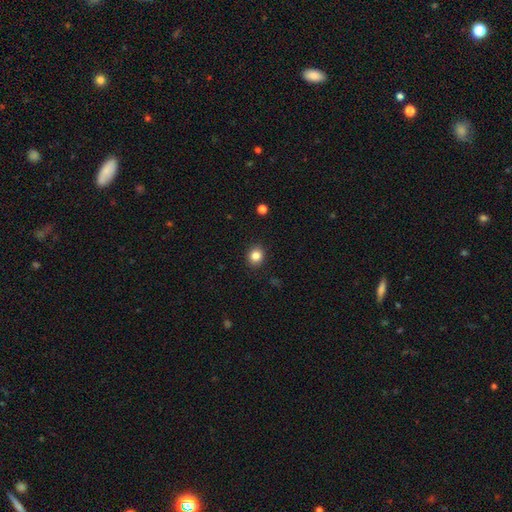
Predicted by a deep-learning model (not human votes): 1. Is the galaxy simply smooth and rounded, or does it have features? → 84% smooth, 11% star or artifact, 5% featured or disk.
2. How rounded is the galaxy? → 76% round, 23% in between, 1% cigar-shaped.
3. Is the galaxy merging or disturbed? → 91% none, 6% minor disturbance, 2% major disturbance, 1% merger.